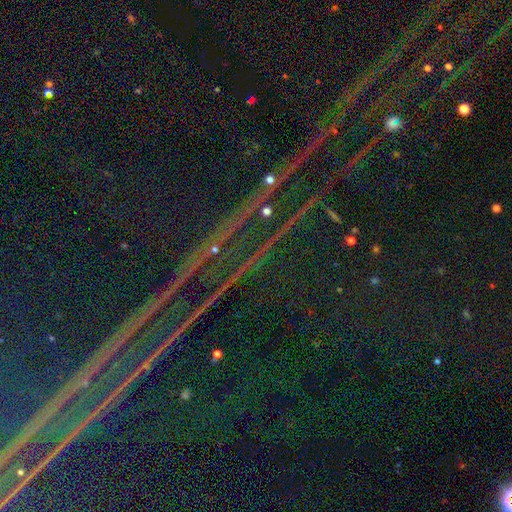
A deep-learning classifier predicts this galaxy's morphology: Smooth or featured?
  - star or artifact: 90% *
  - featured or disk: 6%
  - smooth: 4%